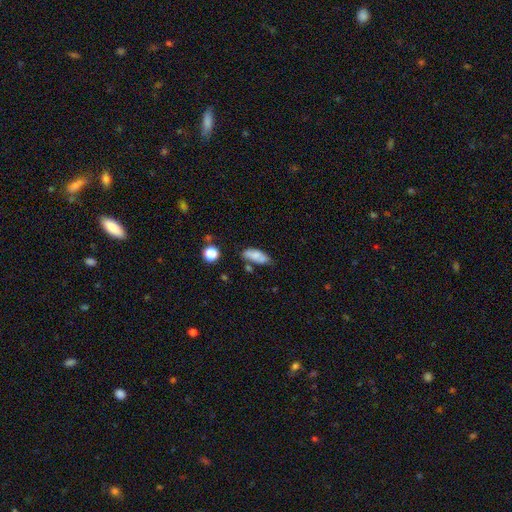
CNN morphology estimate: type=smooth (76%); roundness=in between (76%); merging=none (60%).